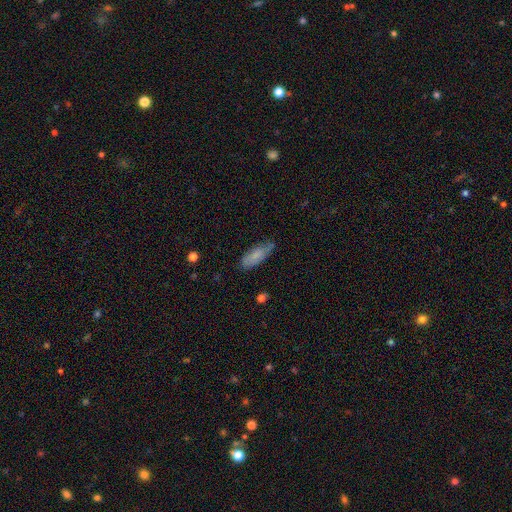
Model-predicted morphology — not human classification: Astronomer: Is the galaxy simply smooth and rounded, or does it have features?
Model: smooth — 76%.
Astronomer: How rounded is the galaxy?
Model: in between — 68%.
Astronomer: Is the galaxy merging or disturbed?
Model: none — 64%.